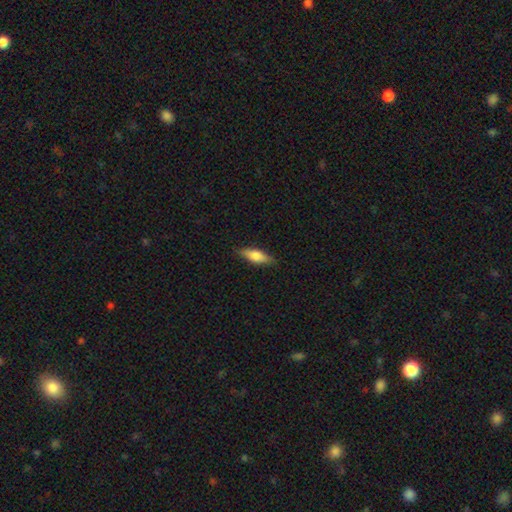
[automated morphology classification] smooth-or-featured: smooth: 67% | featured or disk: 26% | star or artifact: 6%
  how-rounded: in between: 57% | cigar-shaped: 41% | round: 3%
  merging: none: 85% | minor disturbance: 11% | major disturbance: 2% | merger: 1%